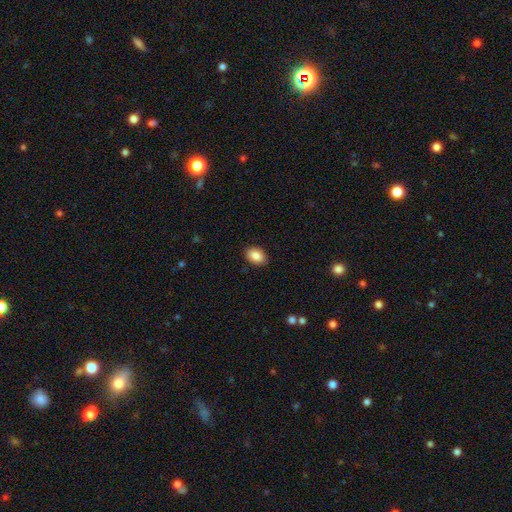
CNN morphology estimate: smooth_or_featured: smooth (p=0.87) [alt: star or artifact p=0.08]
how_rounded: in between (p=0.85) [alt: round p=0.14]
merging: none (p=0.89) [alt: minor disturbance p=0.08]